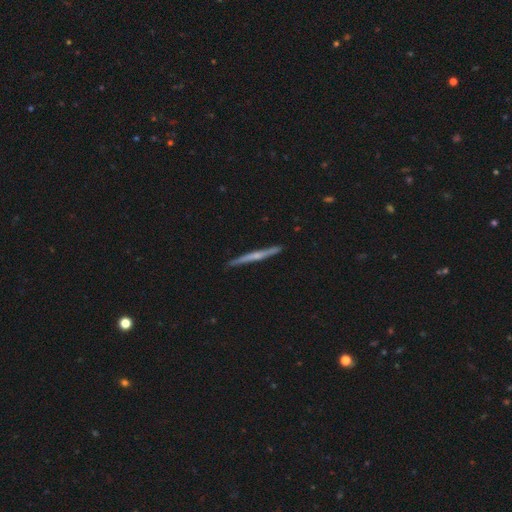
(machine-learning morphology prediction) Overall: featured or disk (63%; smooth 32%). Edge-on disk: yes (98%). Edge-on bulge: rounded (47%; none 46%). Merging: none (90%).